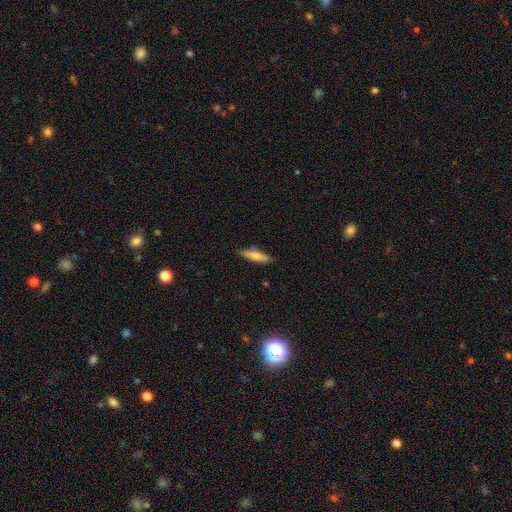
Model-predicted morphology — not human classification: smooth 73%, featured or disk 21%, star or artifact 6%. Down the decision tree: how rounded — cigar-shaped (74%); merging — none (83%).